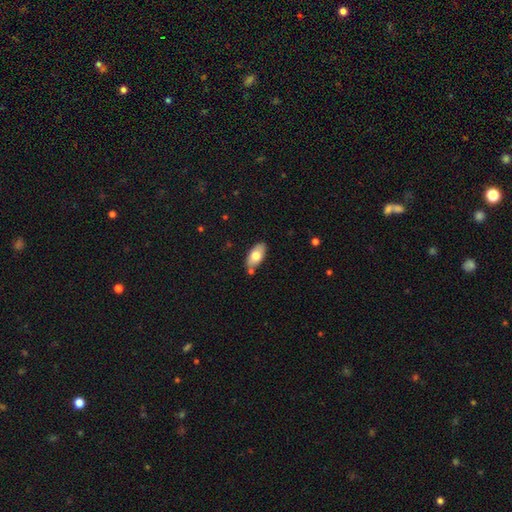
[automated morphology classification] Smooth or featured? smooth (71%)
How rounded? in between (92%)
Merging? none (75%)